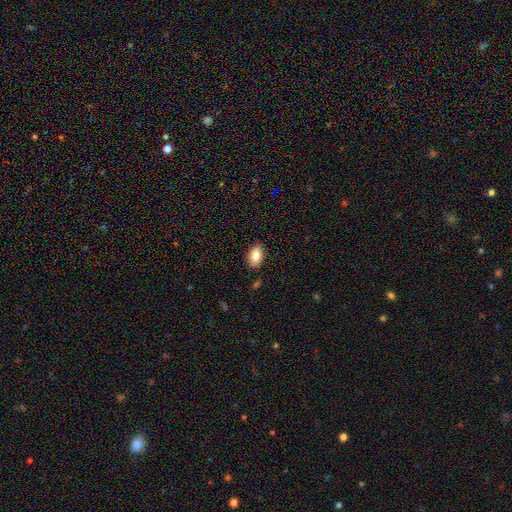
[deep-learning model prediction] Smooth or featured: smooth — 82% (featured or disk — 10%)
How rounded: in between — 87% (round — 11%)
Merging: none — 88% (minor disturbance — 9%)